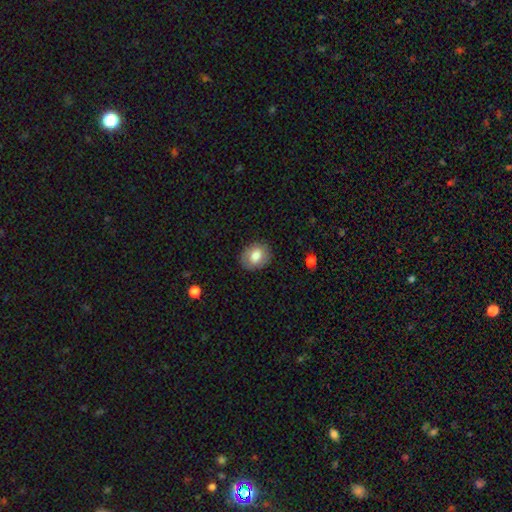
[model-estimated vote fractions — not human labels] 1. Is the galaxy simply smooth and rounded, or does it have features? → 77% smooth, 15% featured or disk, 8% star or artifact.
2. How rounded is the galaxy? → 62% in between, 37% round, 1% cigar-shaped.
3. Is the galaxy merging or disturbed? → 84% none, 12% minor disturbance, 3% major disturbance, 1% merger.